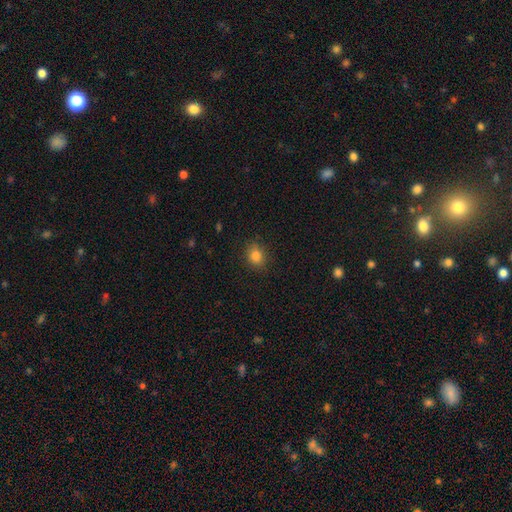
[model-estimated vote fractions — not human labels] Overall: smooth (83%). How rounded: round (57%; in between 42%). Merging: none (85%).